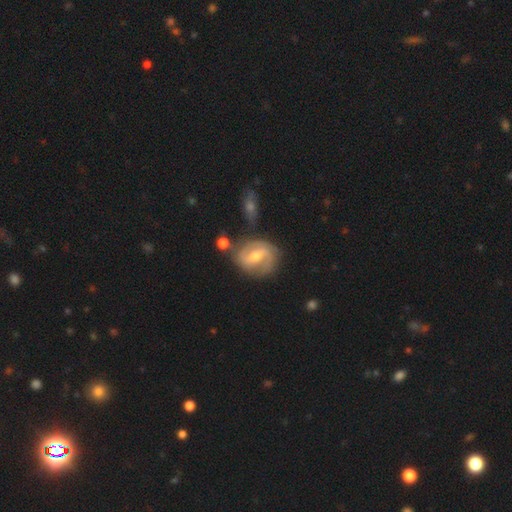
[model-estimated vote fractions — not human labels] A featured or disk galaxy (78%) with a weak bar (53%), 2 (74%) medium (48%) spiral arms (93%) and a moderate central bulge (56%). Merging: none (66%).